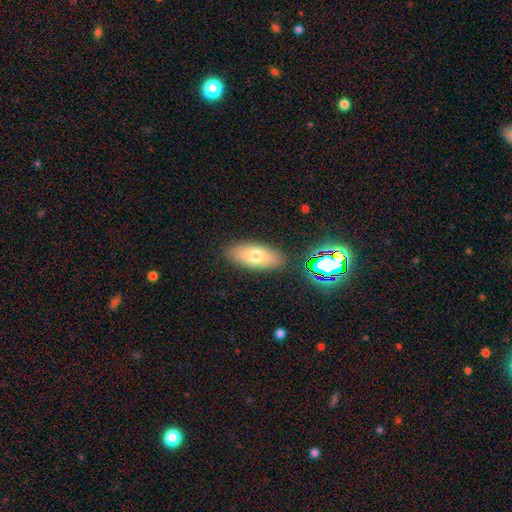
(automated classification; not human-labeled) Morphology: type=smooth (69%); roundness=in between (83%); merging=none (86%).